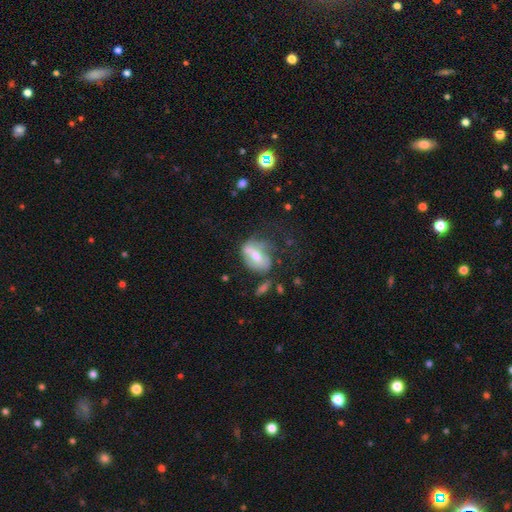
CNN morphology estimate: The model was most divided on "smooth or featured": featured or disk: 48%, smooth: 44%, star or artifact: 8%. Remaining: merging — none (37%).